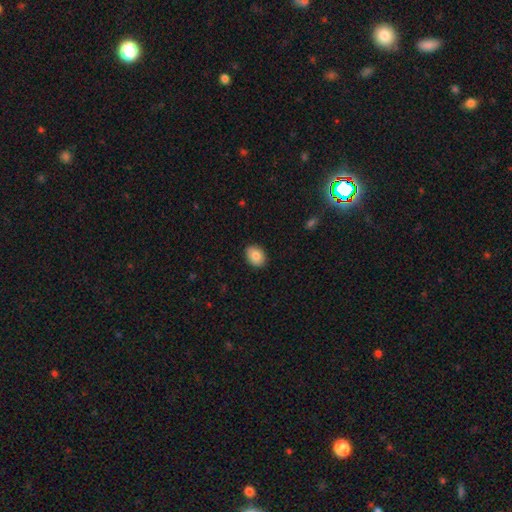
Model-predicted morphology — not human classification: The model was most divided on "how rounded": in between: 65%, round: 34%, cigar-shaped: 1%. More confident: merging — none (90%); smooth or featured — smooth (84%).